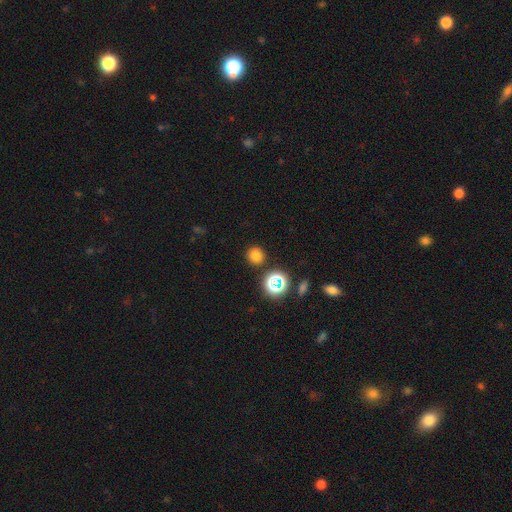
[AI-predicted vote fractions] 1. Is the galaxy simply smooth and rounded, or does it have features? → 74% smooth, 20% star or artifact, 5% featured or disk.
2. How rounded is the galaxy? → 93% round, 6% in between, 1% cigar-shaped.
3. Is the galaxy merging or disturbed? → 87% none, 7% minor disturbance, 4% merger, 2% major disturbance.